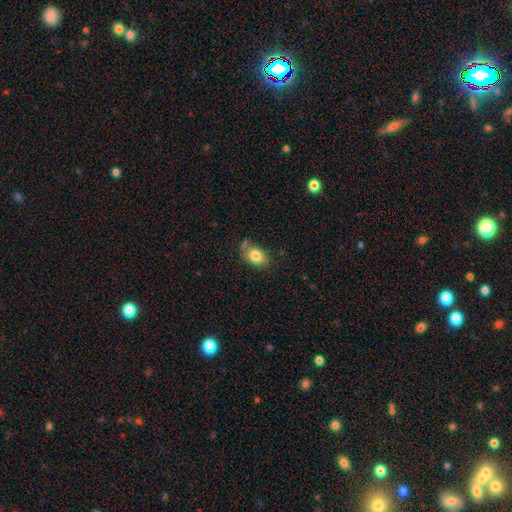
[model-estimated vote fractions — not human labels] The model was most divided on "merging": none: 62%, minor disturbance: 22%, merger: 9%, major disturbance: 7%. More confident: smooth or featured — smooth (81%); how rounded — in between (78%).